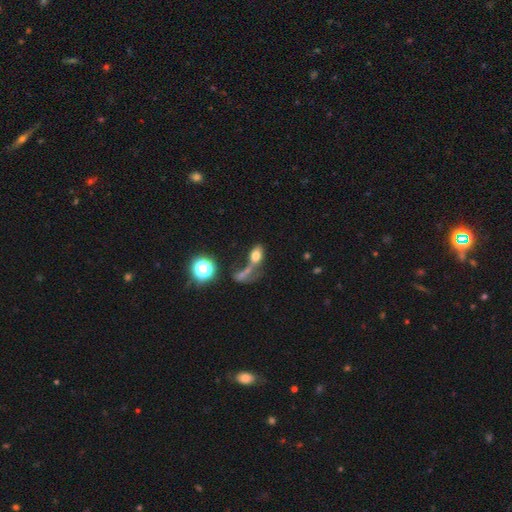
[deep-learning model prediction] A smooth galaxy with no disk features (66%) that is in between round and cigar-shaped (78%).

Vote fractions:
- Smooth or featured? smooth: 66% / featured or disk: 19% / star or artifact: 15%
- How rounded? in between: 78% / round: 15% / cigar-shaped: 7%
- Merging? merger: 46% / none: 27% / major disturbance: 17% / minor disturbance: 11%